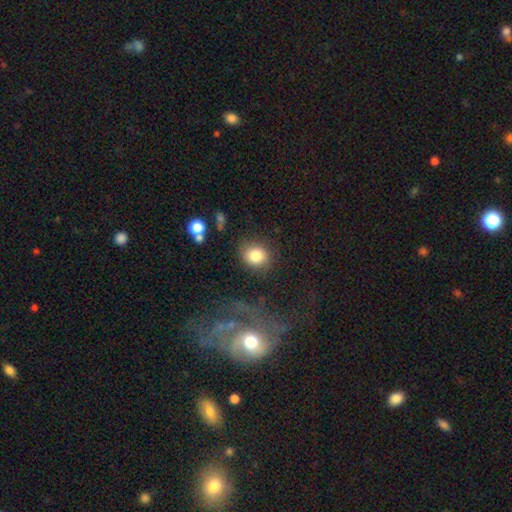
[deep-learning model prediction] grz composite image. It shows a smooth galaxy with no disk features (83%) that is round (69%). Merging: none (78%).